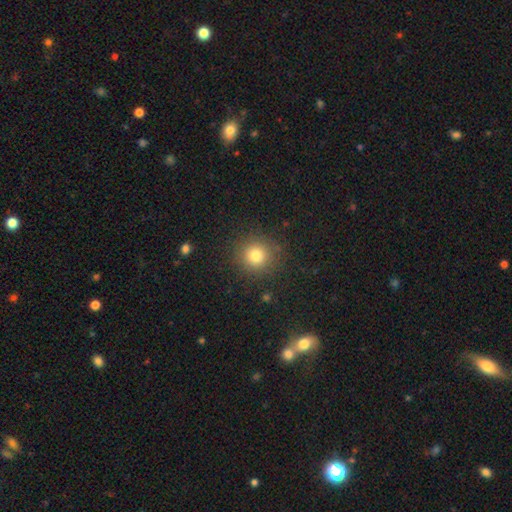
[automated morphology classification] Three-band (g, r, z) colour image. It shows a smooth galaxy with no disk features (79%) that is round (94%). Merging: none (89%).